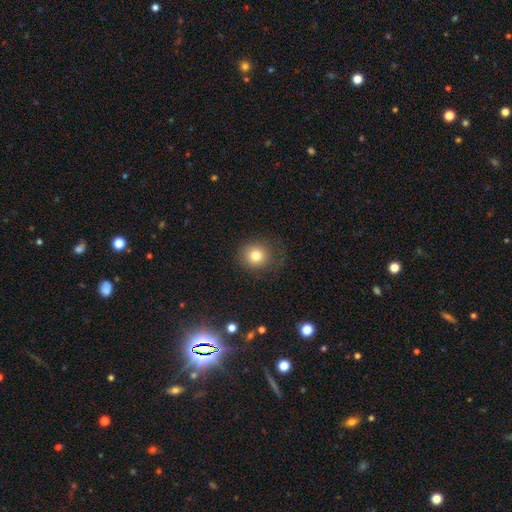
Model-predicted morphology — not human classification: smooth_or_featured: smooth (p=0.79) [alt: star or artifact p=0.12]
how_rounded: round (p=0.85) [alt: in between p=0.14]
merging: none (p=0.81) [alt: minor disturbance p=0.13]